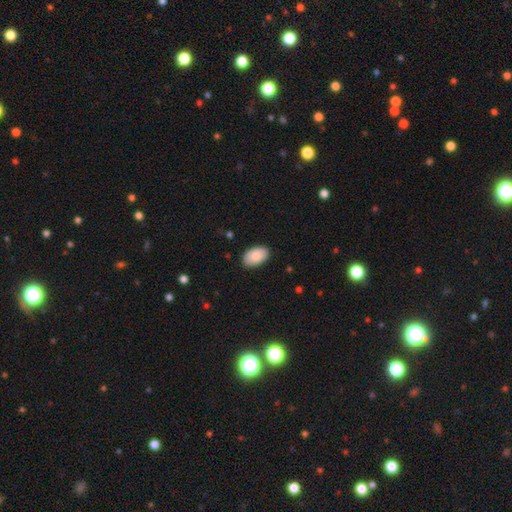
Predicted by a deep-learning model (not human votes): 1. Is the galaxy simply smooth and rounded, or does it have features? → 88% smooth, 6% featured or disk, 6% star or artifact.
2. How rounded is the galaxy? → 94% in between, 5% round, 1% cigar-shaped.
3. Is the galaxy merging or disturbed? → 87% none, 10% minor disturbance, 2% major disturbance, 1% merger.